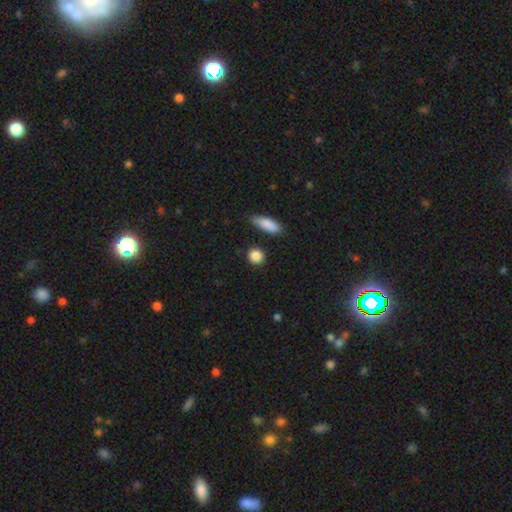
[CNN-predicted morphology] Q: Smooth or featured?
A: smooth (88%); runner-up: star or artifact (8%)
Q: How rounded?
A: round (79%); runner-up: in between (17%)
Q: Merging?
A: none (85%); runner-up: minor disturbance (9%)